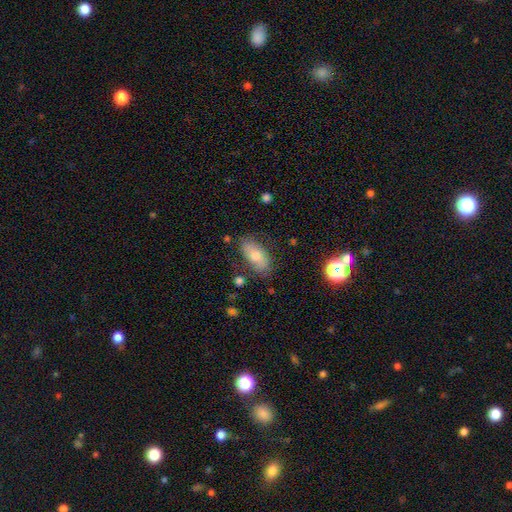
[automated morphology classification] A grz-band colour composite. It shows a smooth galaxy with no disk features (67%) that is in between round and cigar-shaped (89%). Merging: none (77%).